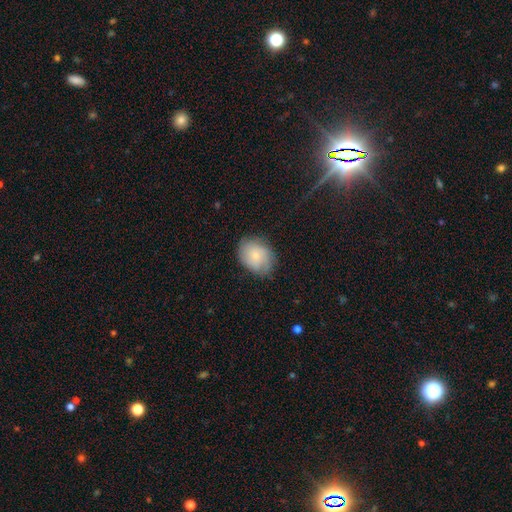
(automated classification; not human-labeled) Morphology: type=smooth (65%); roundness=in between (56%); merging=none (74%).